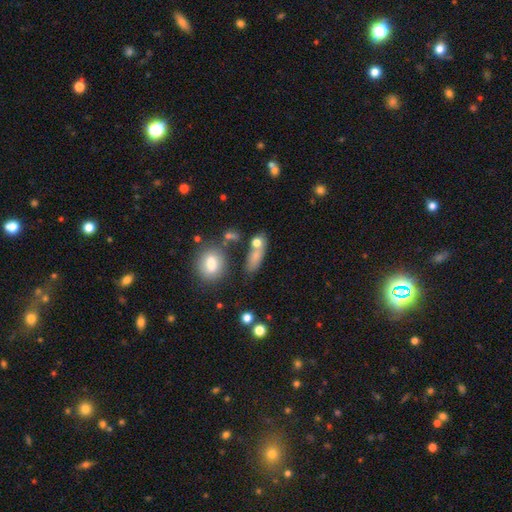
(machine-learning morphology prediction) Smooth or featured: smooth — 73% (featured or disk — 15%)
How rounded: in between — 59% (cigar-shaped — 25%)
Merging: none — 48% (merger — 27%)